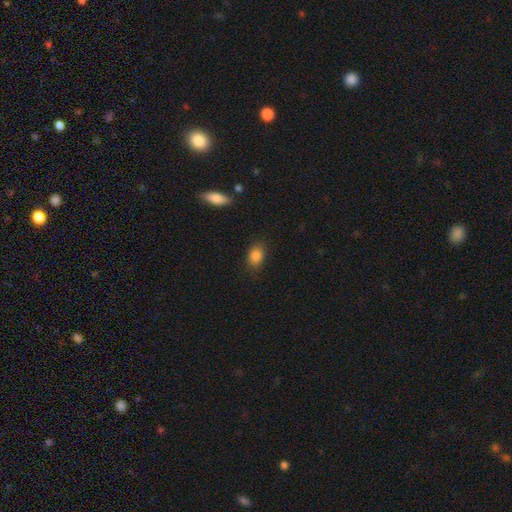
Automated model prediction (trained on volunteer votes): A smooth galaxy with no disk features (85%) that is in between round and cigar-shaped (74%).

Vote fractions:
- Smooth or featured? smooth: 85% / star or artifact: 9% / featured or disk: 6%
- How rounded? in between: 74% / round: 24% / cigar-shaped: 2%
- Merging? none: 81% / minor disturbance: 14% / major disturbance: 3% / merger: 1%